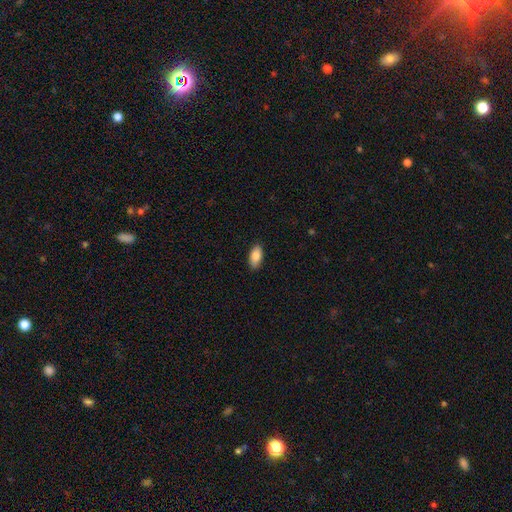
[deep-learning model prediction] Overall: smooth (87%). How rounded: in between (91%). Merging: none (88%).